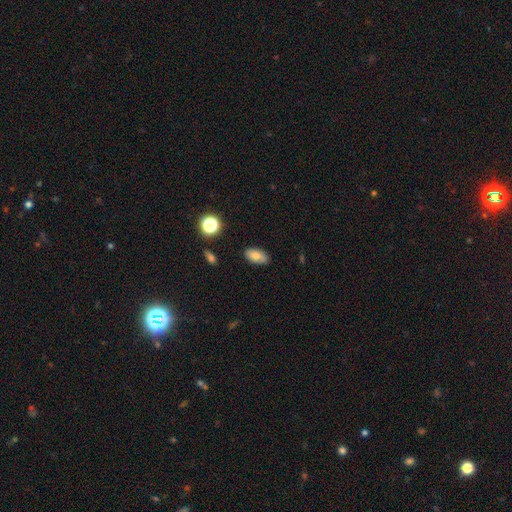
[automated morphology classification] This is likely a smooth galaxy (75%). How rounded: clearly in between (92%). Merging: clearly none (84%).